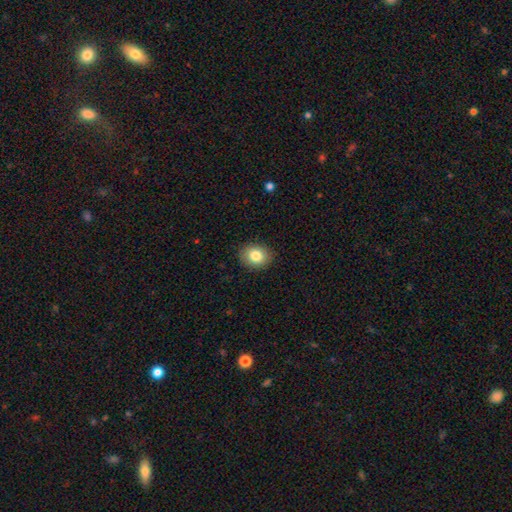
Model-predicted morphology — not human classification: Overall: smooth (83%). How rounded: round (56%; in between 43%). Merging: none (89%).